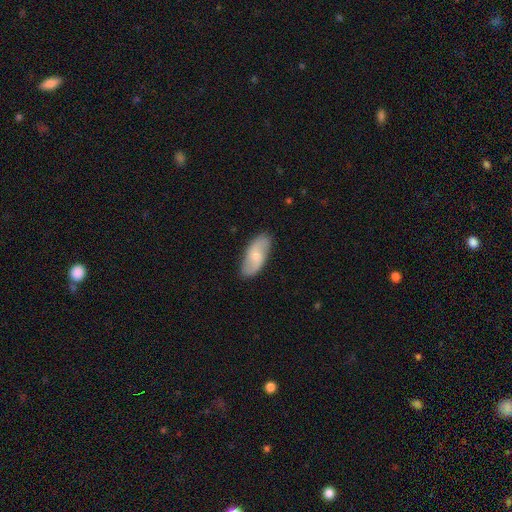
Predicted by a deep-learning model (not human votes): Smooth or featured? Predicted: featured or disk (p=0.51). Edge-on disk? Predicted: no (p=0.92). Merging? Predicted: none (p=0.85).